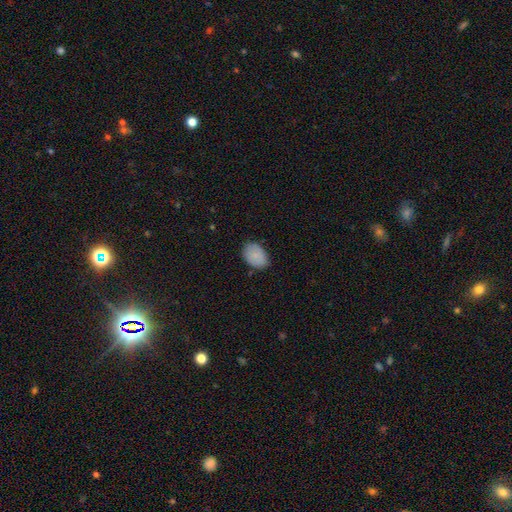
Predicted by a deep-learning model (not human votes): Overall: smooth (87%). How rounded: in between (85%). Merging: none (81%).